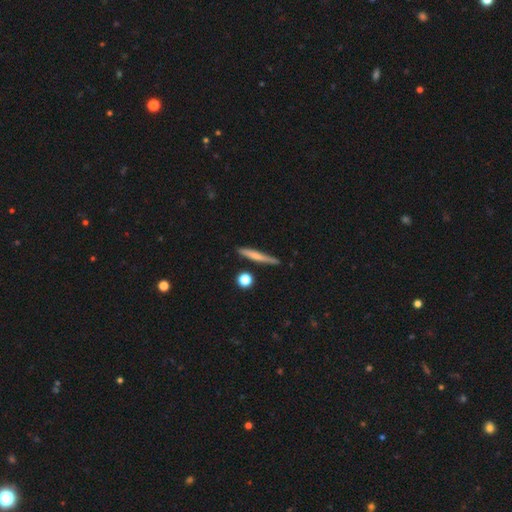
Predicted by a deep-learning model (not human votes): Q: Smooth or featured?
A: smooth (61%); runner-up: featured or disk (32%)
Q: How rounded?
A: cigar-shaped (92%); runner-up: in between (4%)
Q: Merging?
A: none (83%); runner-up: minor disturbance (11%)